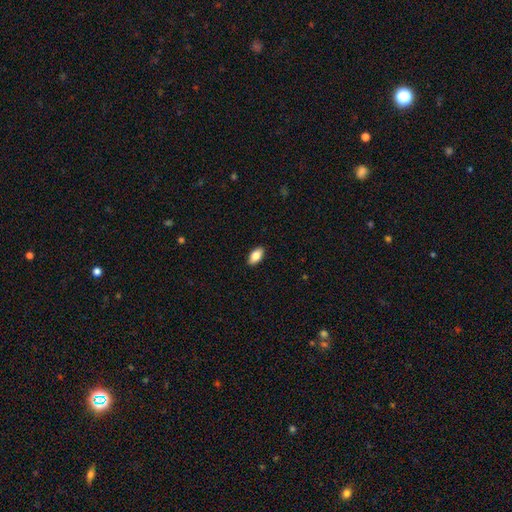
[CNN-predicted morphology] Q: Smooth or featured?
A: smooth (82%); runner-up: featured or disk (11%)
Q: How rounded?
A: in between (91%); runner-up: cigar-shaped (5%)
Q: Merging?
A: none (90%); runner-up: minor disturbance (8%)